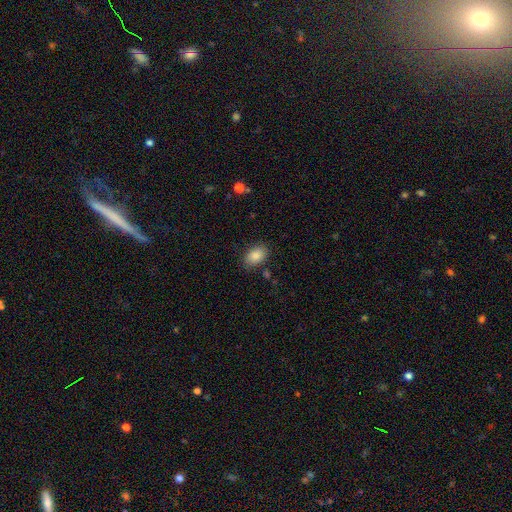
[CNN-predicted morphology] A smooth galaxy with no disk features (87%) that is in between round and cigar-shaped (85%).

Vote fractions:
- Smooth or featured? smooth: 87% / star or artifact: 8% / featured or disk: 5%
- How rounded? in between: 85% / round: 14% / cigar-shaped: 1%
- Merging? none: 84% / minor disturbance: 11% / major disturbance: 3% / merger: 2%